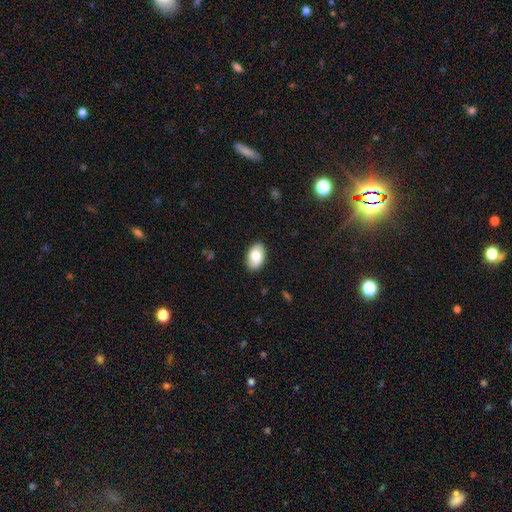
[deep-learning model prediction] smooth 79%, featured or disk 15%, star or artifact 6%. Down the decision tree: how rounded — in between (93%); merging — none (87%).